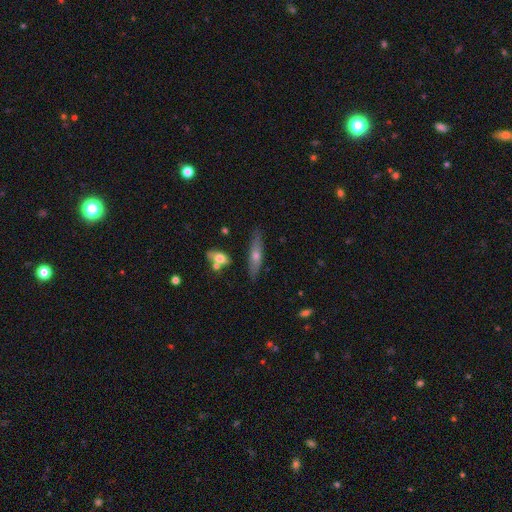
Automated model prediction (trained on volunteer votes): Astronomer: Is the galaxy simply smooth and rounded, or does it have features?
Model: featured or disk — 51% (runner-up: smooth, 42%).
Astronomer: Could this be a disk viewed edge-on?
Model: yes — 83%.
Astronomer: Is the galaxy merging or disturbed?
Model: none — 81%.